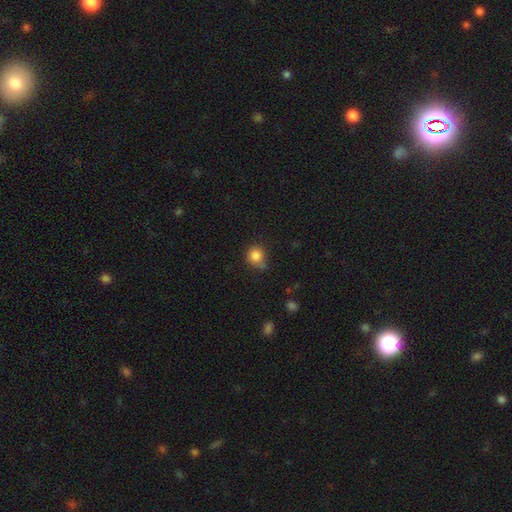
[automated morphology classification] Smooth or featured?
  - smooth: 84% *
  - star or artifact: 11%
  - featured or disk: 6%
How rounded?
  - round: 86% *
  - in between: 13%
  - cigar-shaped: 1%
Merging?
  - none: 60% *
  - minor disturbance: 29%
  - major disturbance: 7%
  - merger: 4%